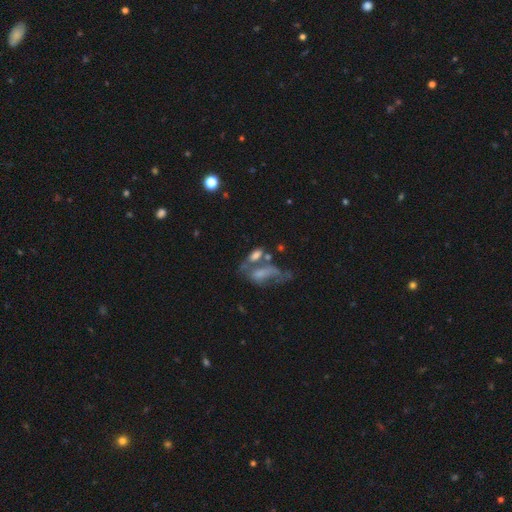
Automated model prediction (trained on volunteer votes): Q: Smooth or featured?
A: smooth (58%); runner-up: featured or disk (30%)
Q: How rounded?
A: in between (81%); runner-up: cigar-shaped (11%)
Q: Merging?
A: merger (45%); runner-up: none (24%)